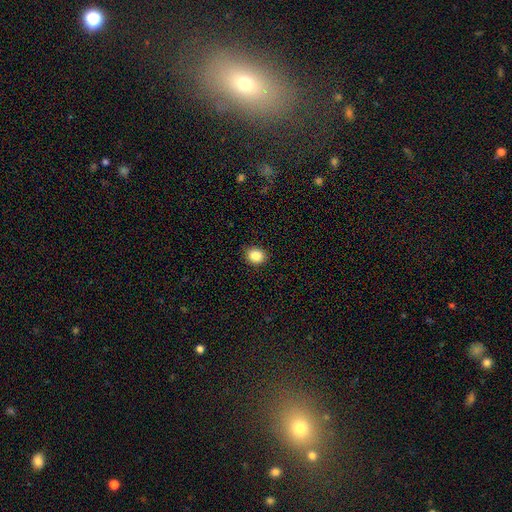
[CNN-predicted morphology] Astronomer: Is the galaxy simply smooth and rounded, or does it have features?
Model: smooth — 86%.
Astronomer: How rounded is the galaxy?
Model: round — 70%.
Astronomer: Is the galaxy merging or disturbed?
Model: none — 90%.